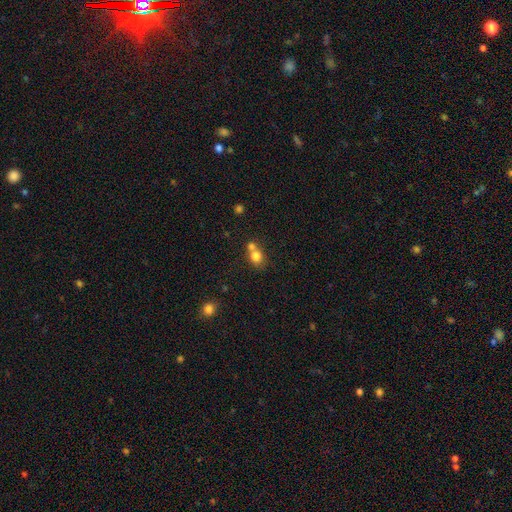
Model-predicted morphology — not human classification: This is likely a smooth galaxy (78%). How rounded: likely round (70%). Merging: possibly merger (51%).